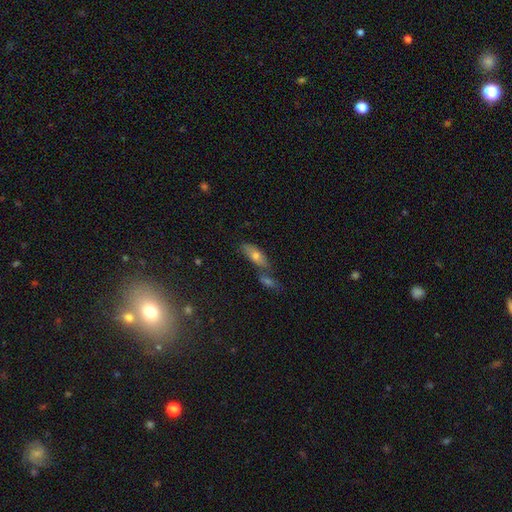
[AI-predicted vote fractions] smooth 68%, featured or disk 23%, star or artifact 9%. Down the decision tree: how rounded — in between (71%); merging — none (49%).